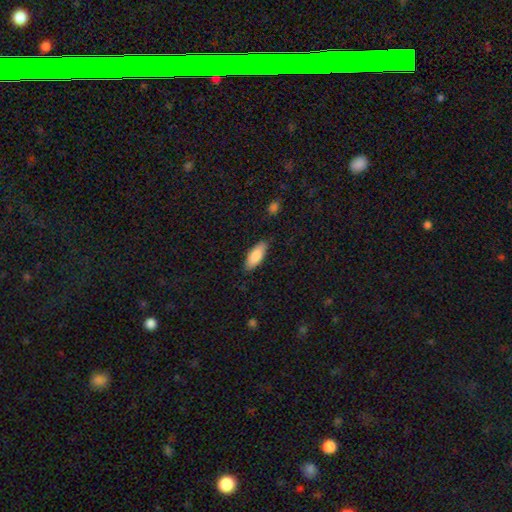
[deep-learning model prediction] Overall: smooth (82%). How rounded: in between (75%). Merging: none (84%).